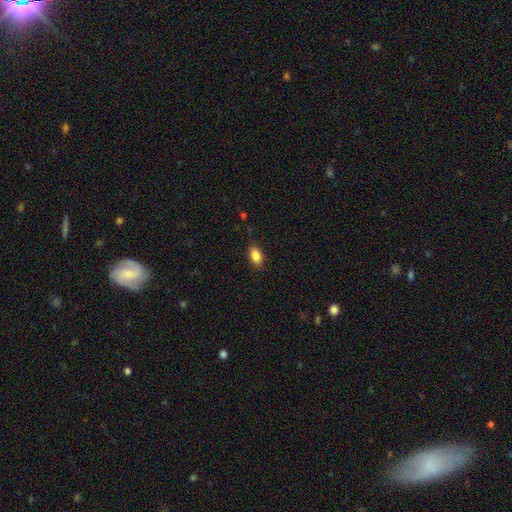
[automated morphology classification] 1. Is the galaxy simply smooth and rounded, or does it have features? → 88% smooth, 8% star or artifact, 4% featured or disk.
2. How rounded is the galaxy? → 89% in between, 8% round, 2% cigar-shaped.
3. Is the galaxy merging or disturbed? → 87% none, 10% minor disturbance, 2% major disturbance, 1% merger.